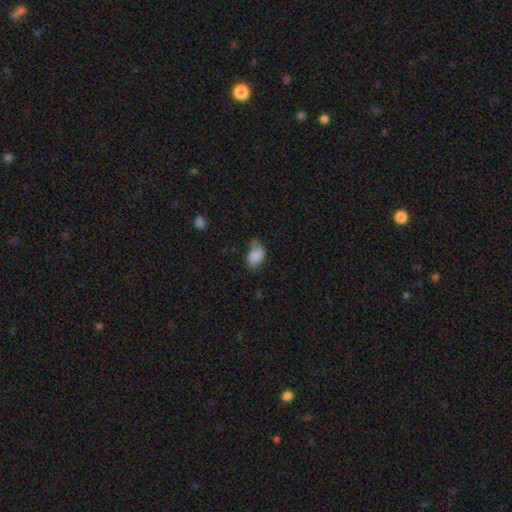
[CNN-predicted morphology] Smooth or featured: smooth — 85% (star or artifact — 9%)
How rounded: in between — 87% (round — 12%)
Merging: none — 49% (minor disturbance — 33%)